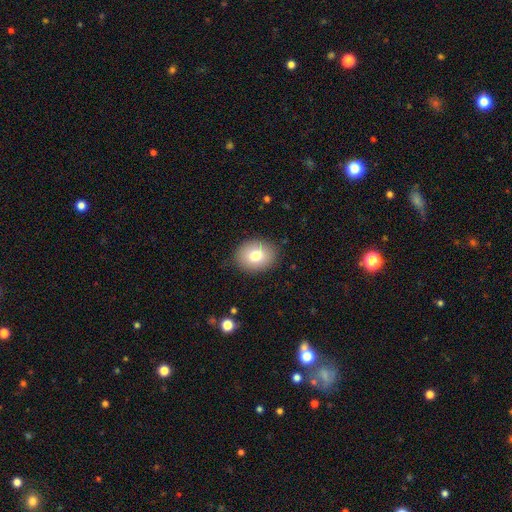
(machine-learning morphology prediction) This is likely a smooth galaxy (78%). How rounded: possibly in between (55%). Merging: clearly none (85%).